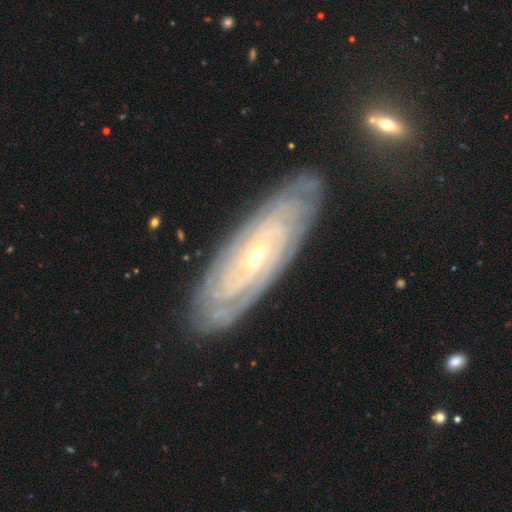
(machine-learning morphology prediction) featured or disk 87%, smooth 8%, star or artifact 6%. Down the decision tree: edge-on disk — no (88%); bar — no (64%); spiral arms — yes (96%); spiral arm count — can't tell (44%); spiral winding — tight (84%); bulge size — small (73%); merging — none (83%).